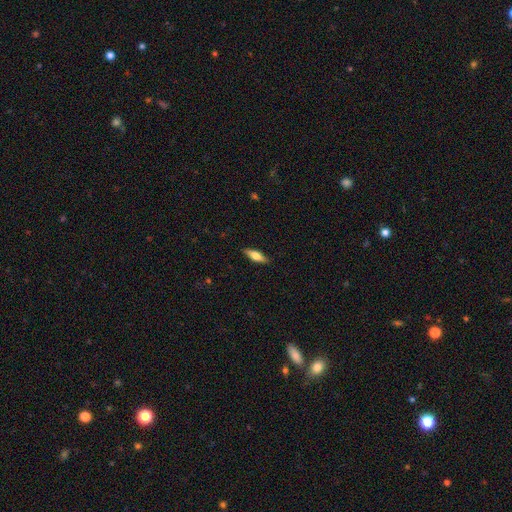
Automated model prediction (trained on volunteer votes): This is possibly a smooth galaxy (54%). How rounded: possibly cigar-shaped (49%). Merging: clearly none (88%).